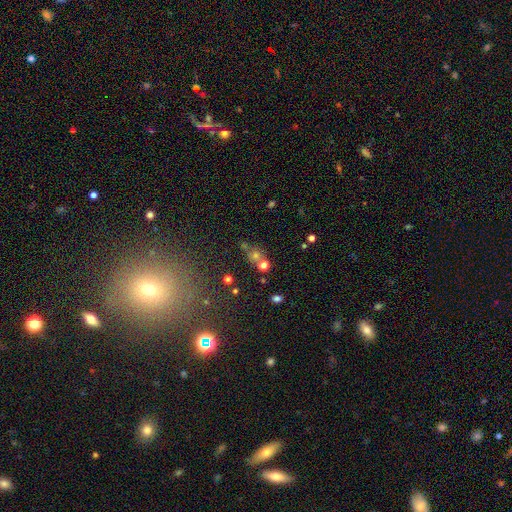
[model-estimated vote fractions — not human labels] Q: Smooth or featured?
A: smooth (56%); runner-up: star or artifact (30%)
Q: How rounded?
A: round (74%); runner-up: in between (23%)
Q: Merging?
A: none (59%); runner-up: merger (26%)